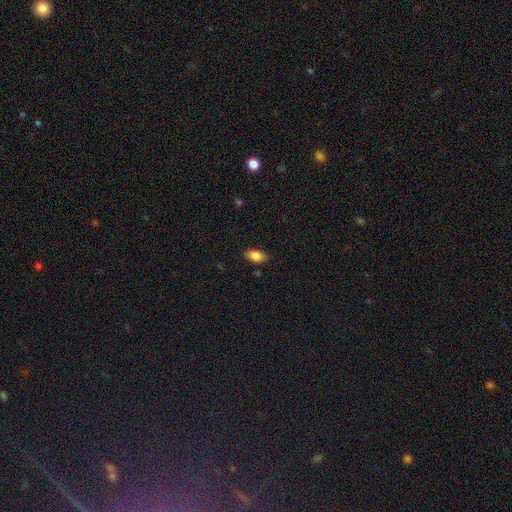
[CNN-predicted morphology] A smooth galaxy with no disk features (86%) that is in between round and cigar-shaped (91%).

Vote fractions:
- Smooth or featured? smooth: 86% / star or artifact: 8% / featured or disk: 6%
- How rounded? in between: 91% / round: 6% / cigar-shaped: 3%
- Merging? none: 83% / minor disturbance: 14% / major disturbance: 3% / merger: 1%